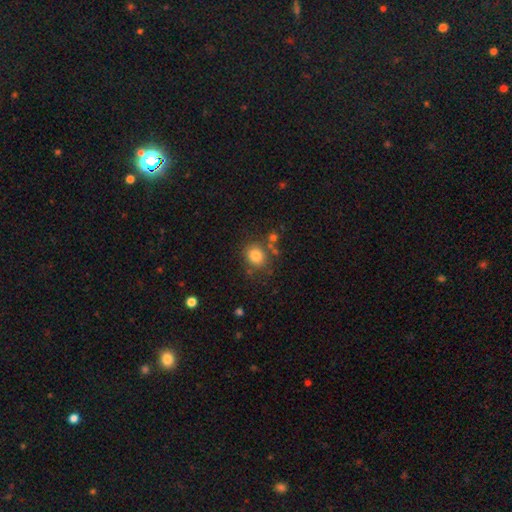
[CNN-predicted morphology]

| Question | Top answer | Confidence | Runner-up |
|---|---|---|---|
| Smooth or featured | smooth | 81% | star or artifact (11%) |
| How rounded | round | 70% | in between (29%) |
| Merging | none | 74% | minor disturbance (13%) |